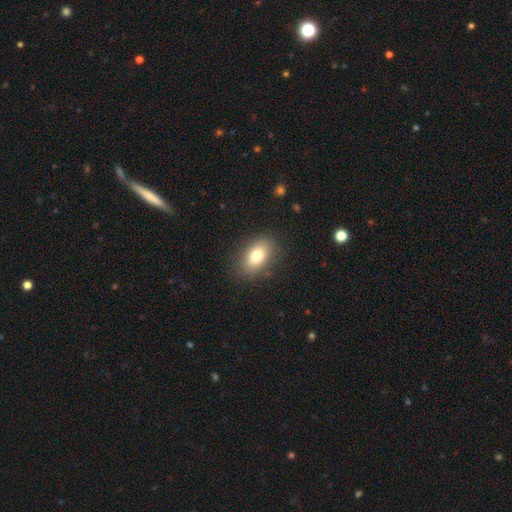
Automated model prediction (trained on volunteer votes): smooth 79%, featured or disk 12%, star or artifact 9%. Down the decision tree: how rounded — in between (85%); merging — none (85%).